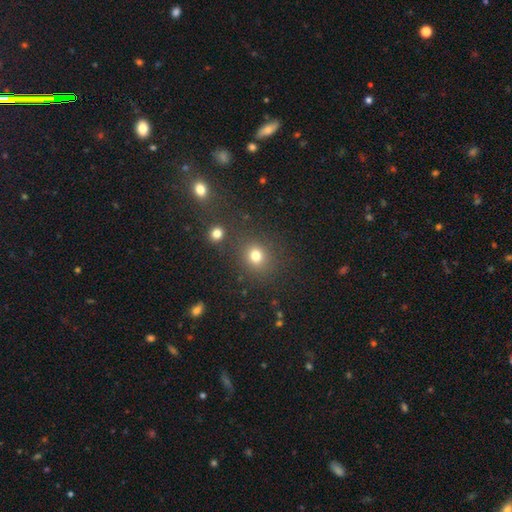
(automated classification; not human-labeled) Smooth or featured?
  - smooth: 77% *
  - star or artifact: 17%
  - featured or disk: 6%
How rounded?
  - round: 82% *
  - in between: 17%
  - cigar-shaped: 1%
Merging?
  - none: 81% *
  - minor disturbance: 8%
  - merger: 7%
  - major disturbance: 4%